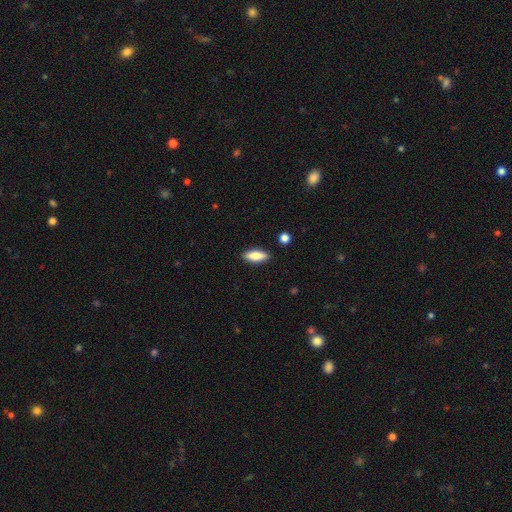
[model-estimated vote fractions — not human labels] Smooth or featured?
  - smooth: 74% *
  - featured or disk: 20%
  - star or artifact: 6%
How rounded?
  - in between: 65% *
  - cigar-shaped: 32%
  - round: 3%
Merging?
  - none: 88% *
  - minor disturbance: 8%
  - major disturbance: 2%
  - merger: 2%